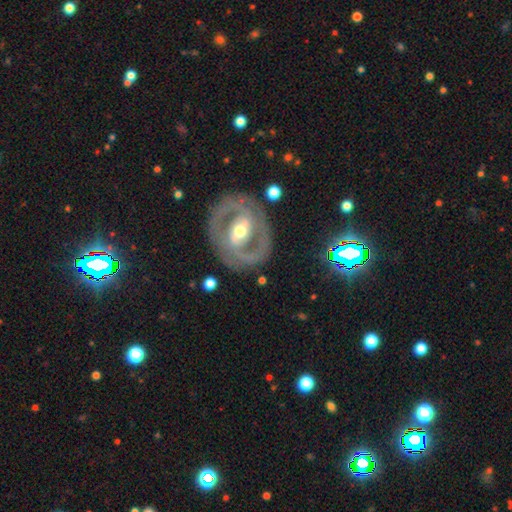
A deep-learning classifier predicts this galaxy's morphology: Smooth or featured: featured or disk — 81% (smooth — 12%)
Edge-on disk: no — 94% (yes — 6%)
Bar: strong — 48% (weak — 32%)
Spiral arms: yes — 66% (no — 34%)
Spiral winding: tight — 47% (medium — 39%)
Spiral arm count: 2 — 74% (can't tell — 15%)
Bulge size: moderate — 58% (small — 35%)
Merging: none — 77% (minor disturbance — 13%)